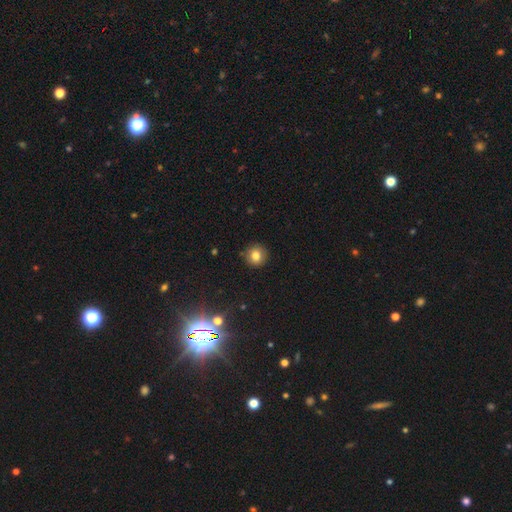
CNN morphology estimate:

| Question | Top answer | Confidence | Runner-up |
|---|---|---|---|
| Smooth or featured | smooth | 79% | star or artifact (12%) |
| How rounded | round | 93% | in between (6%) |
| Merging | none | 90% | minor disturbance (6%) |